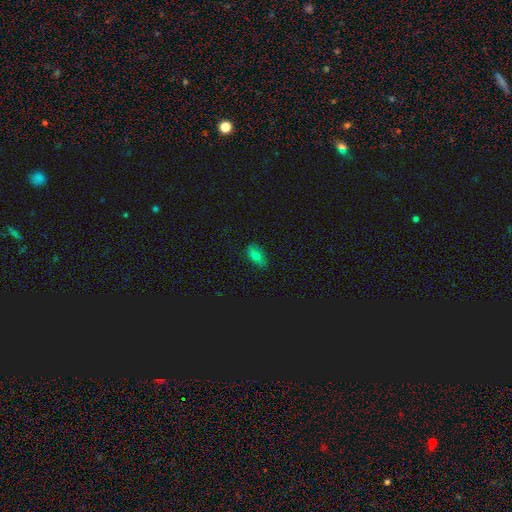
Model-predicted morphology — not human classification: smooth_or_featured: smooth (p=0.70) [alt: star or artifact p=0.16]
how_rounded: in between (p=0.84) [alt: cigar-shaped p=0.09]
merging: none (p=0.80) [alt: minor disturbance p=0.16]